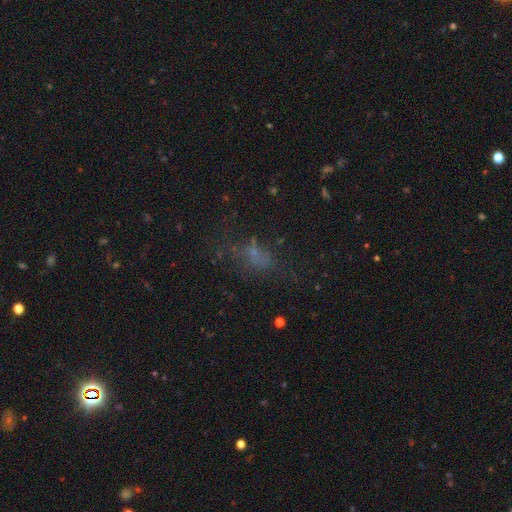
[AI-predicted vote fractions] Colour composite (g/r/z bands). It shows a smooth galaxy with no disk features (51%) that is in between round and cigar-shaped (74%). Merging: none (47%).